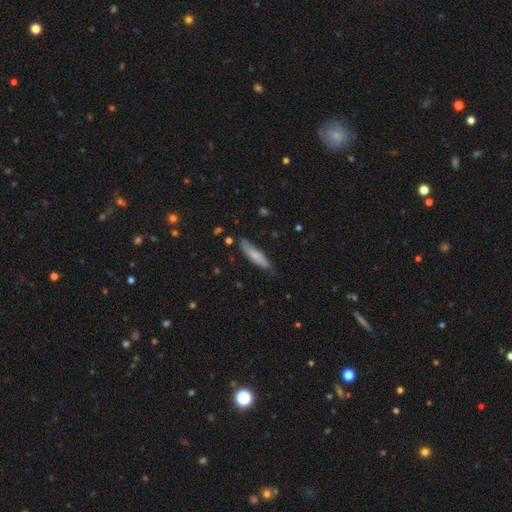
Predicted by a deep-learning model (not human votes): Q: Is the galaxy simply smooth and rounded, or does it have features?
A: smooth — 69%.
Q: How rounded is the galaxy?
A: cigar-shaped — 78%.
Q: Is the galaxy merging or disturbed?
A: none — 71%.